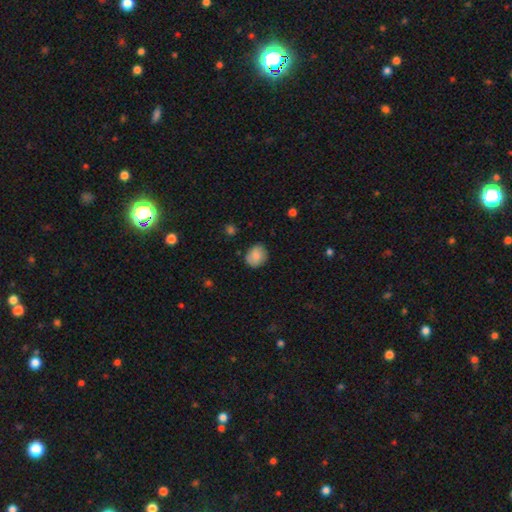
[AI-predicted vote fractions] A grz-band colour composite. It shows a smooth galaxy with no disk features (84%) that is round (60%). Merging: none (78%).